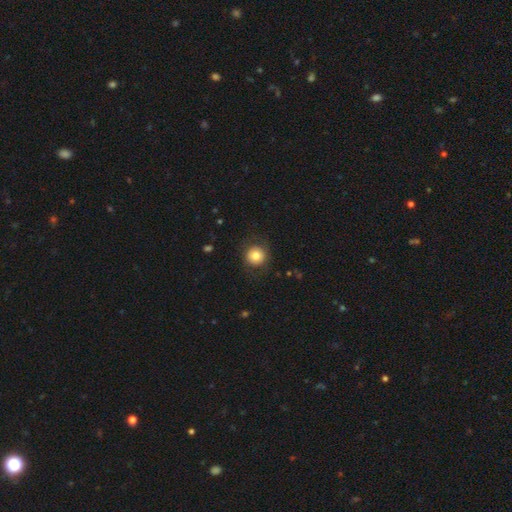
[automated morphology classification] A smooth galaxy with no disk features (78%) that is round (93%). Merging: none (83%).